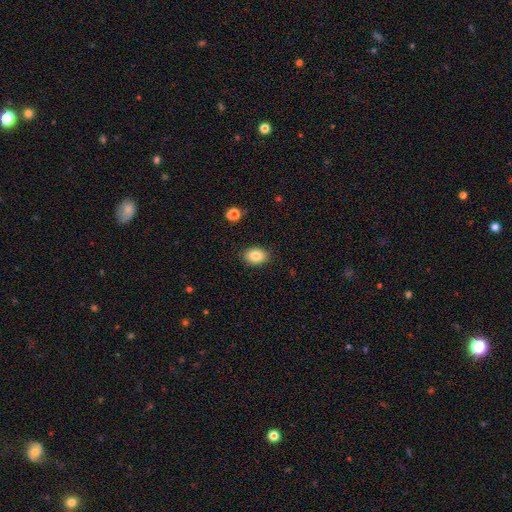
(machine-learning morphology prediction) Smooth or featured? smooth (85%)
How rounded? in between (75%)
Merging? none (87%)